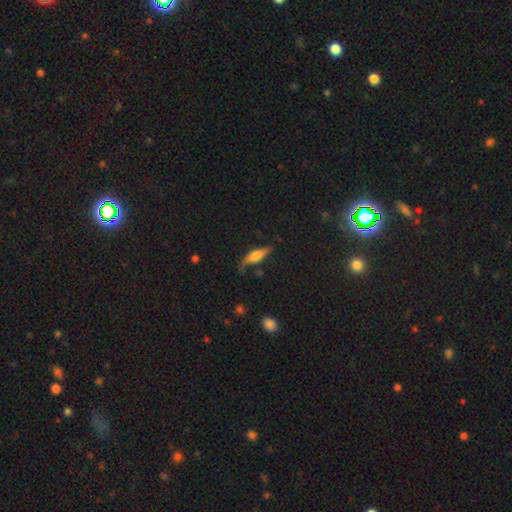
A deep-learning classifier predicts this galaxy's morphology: A featured or disk galaxy (49%). Merging: none (62%).